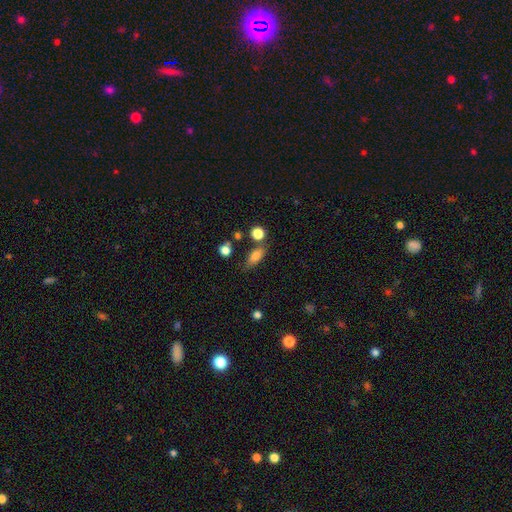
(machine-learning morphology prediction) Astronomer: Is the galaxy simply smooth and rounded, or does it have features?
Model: smooth — 77%.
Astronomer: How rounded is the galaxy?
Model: in between — 72%.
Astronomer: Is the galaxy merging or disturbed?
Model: none — 67%.